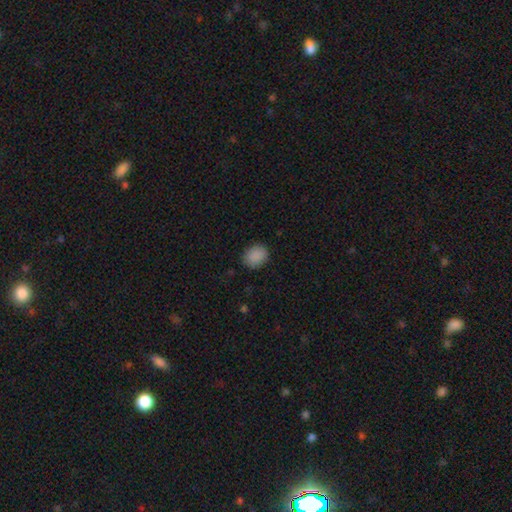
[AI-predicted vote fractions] smooth_or_featured: smooth (p=0.88) [alt: star or artifact p=0.09]
how_rounded: round (p=0.53) [alt: in between p=0.46]
merging: none (p=0.85) [alt: minor disturbance p=0.11]